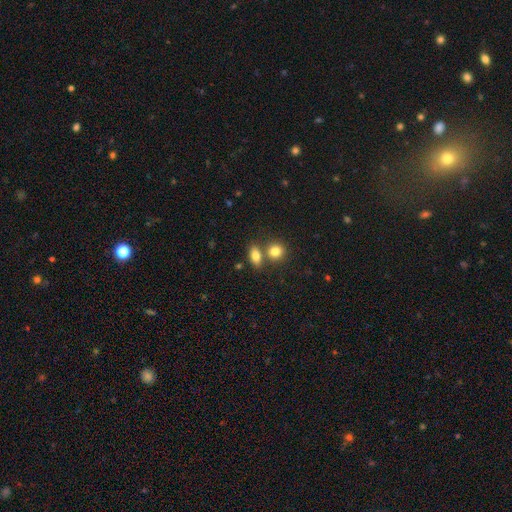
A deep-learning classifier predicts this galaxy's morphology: Overall: smooth (79%). How rounded: in between (76%). Merging: none (57%; merger 29%).